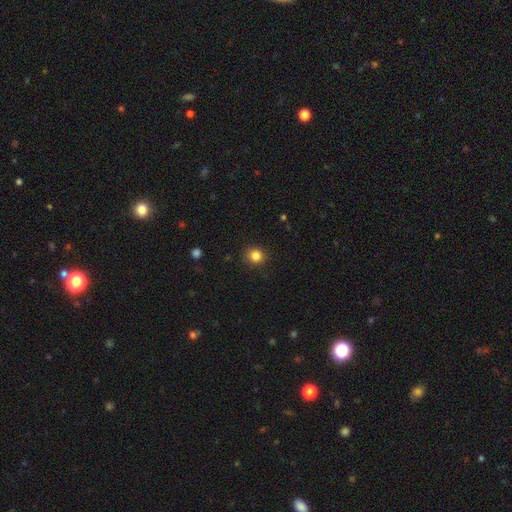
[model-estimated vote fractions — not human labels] Q: Smooth or featured?
A: smooth (84%); runner-up: star or artifact (12%)
Q: How rounded?
A: round (88%); runner-up: in between (11%)
Q: Merging?
A: none (89%); runner-up: minor disturbance (7%)